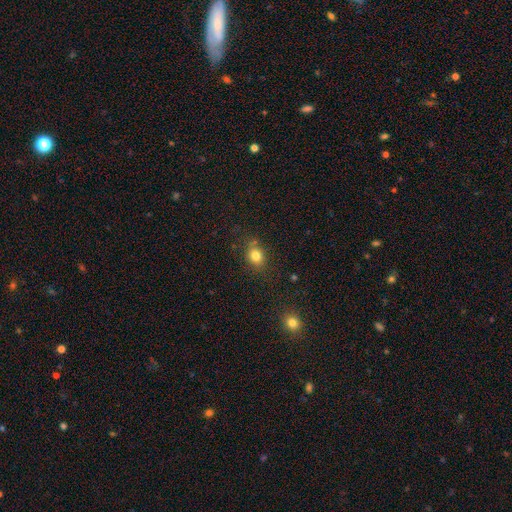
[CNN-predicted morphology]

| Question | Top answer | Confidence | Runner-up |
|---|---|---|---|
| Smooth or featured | smooth | 80% | star or artifact (13%) |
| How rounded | round | 63% | in between (36%) |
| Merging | none | 76% | minor disturbance (15%) |